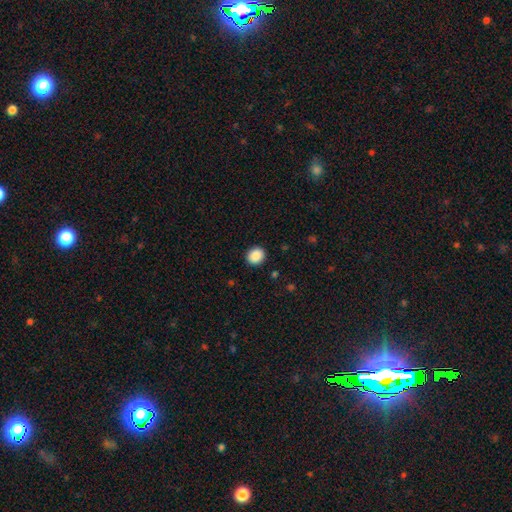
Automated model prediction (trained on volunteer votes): Smooth or featured?
  - smooth: 89% *
  - star or artifact: 9%
  - featured or disk: 3%
How rounded?
  - round: 85% *
  - in between: 14%
  - cigar-shaped: 1%
Merging?
  - none: 91% *
  - minor disturbance: 6%
  - major disturbance: 2%
  - merger: 1%